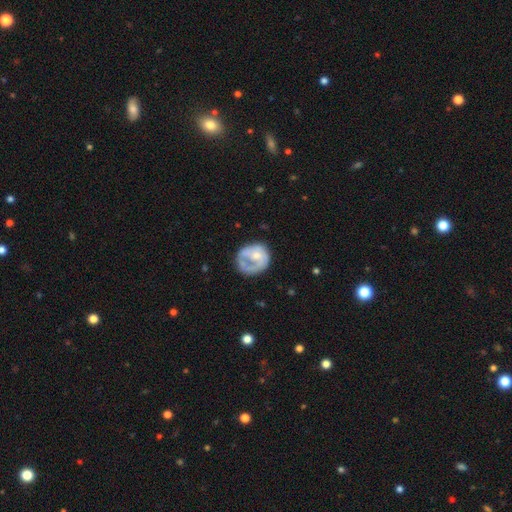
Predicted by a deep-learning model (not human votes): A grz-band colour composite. It shows a featured or disk galaxy (54%) with no bar (75%), no spiral arms (55%) and a moderate central bulge (46%). Merging: none (43%).